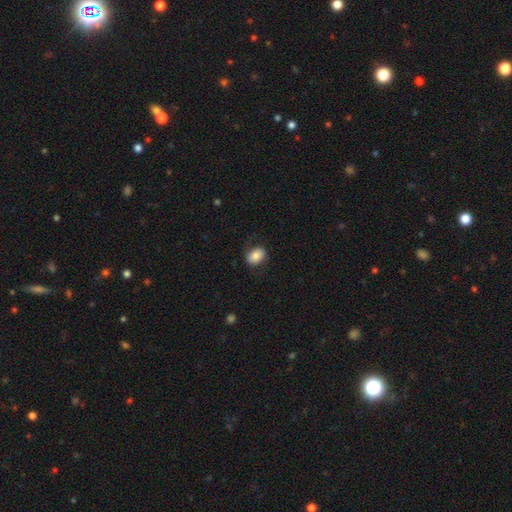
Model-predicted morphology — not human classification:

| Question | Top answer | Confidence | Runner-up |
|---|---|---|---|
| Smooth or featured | smooth | 75% | featured or disk (17%) |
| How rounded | in between | 71% | round (28%) |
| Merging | none | 71% | minor disturbance (18%) |